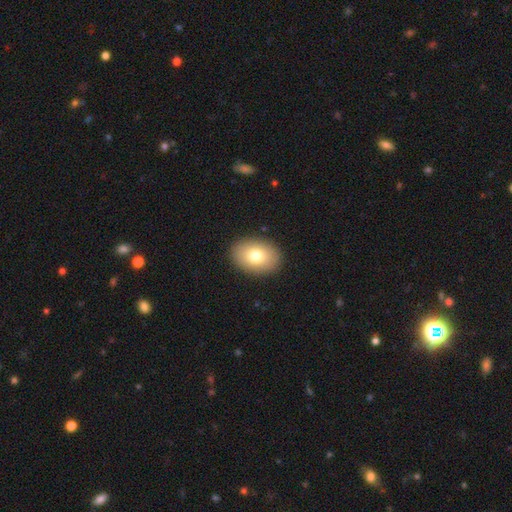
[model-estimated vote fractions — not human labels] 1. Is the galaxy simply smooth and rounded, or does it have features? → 78% smooth, 13% featured or disk, 8% star or artifact.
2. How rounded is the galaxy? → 78% in between, 21% round, 1% cigar-shaped.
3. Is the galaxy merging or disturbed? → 90% none, 7% minor disturbance, 2% major disturbance, 1% merger.